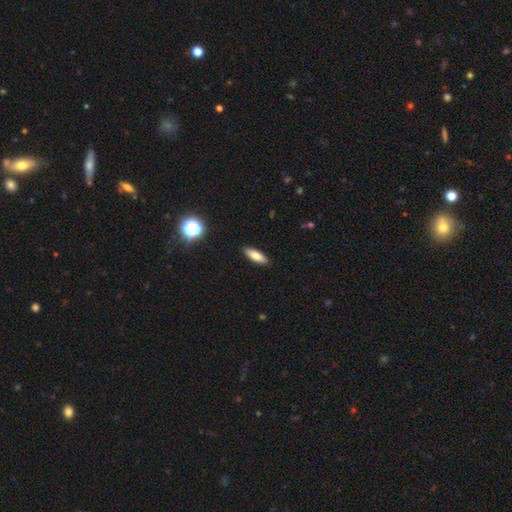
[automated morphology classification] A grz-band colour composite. It shows a smooth galaxy with no disk features (75%) that is in between round and cigar-shaped (57%). Merging: none (89%).